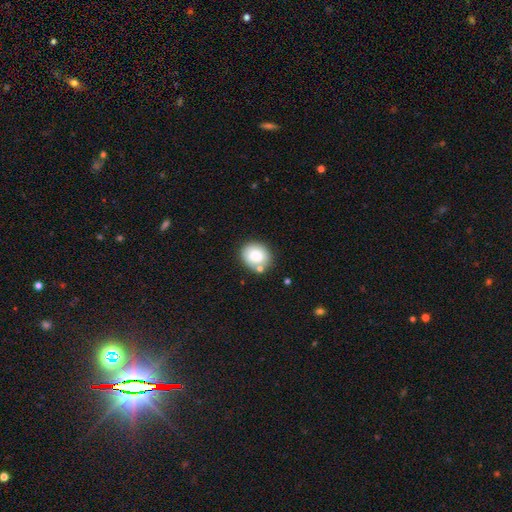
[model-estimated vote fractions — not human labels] smooth 81%, featured or disk 11%, star or artifact 8%. Down the decision tree: how rounded — round (63%); merging — none (72%).